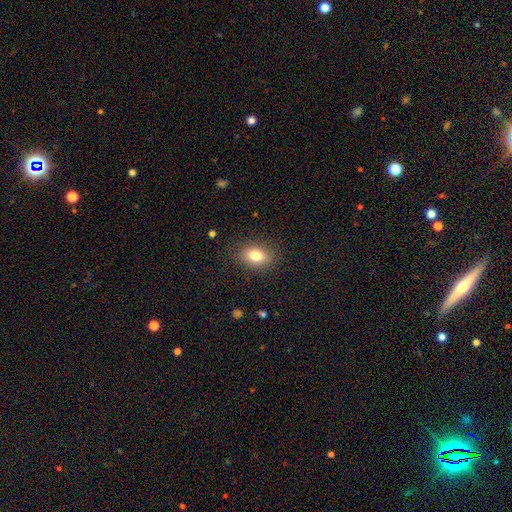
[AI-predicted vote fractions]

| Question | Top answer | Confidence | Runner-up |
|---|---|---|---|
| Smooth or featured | smooth | 81% | star or artifact (10%) |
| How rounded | in between | 76% | round (22%) |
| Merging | none | 86% | minor disturbance (10%) |